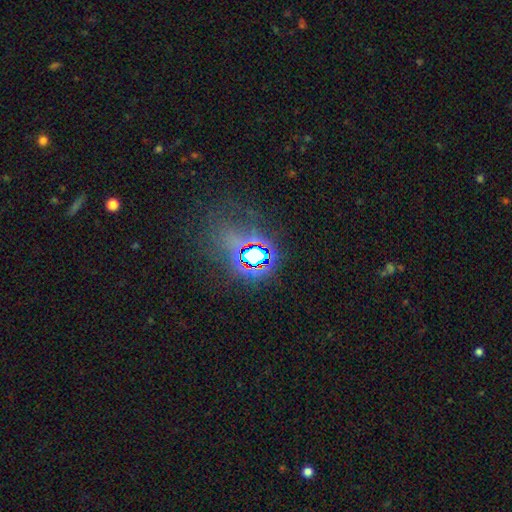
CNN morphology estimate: The model was most divided on "smooth or featured": star or artifact: 71%, smooth: 18%, featured or disk: 11%.